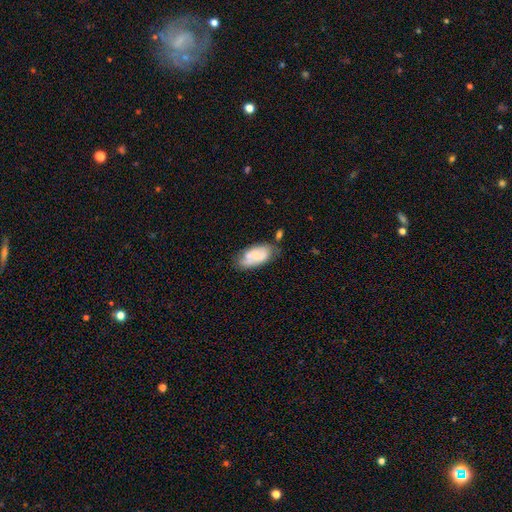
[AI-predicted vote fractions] Smooth or featured? smooth (60%)
How rounded? in between (93%)
Merging? none (50%)